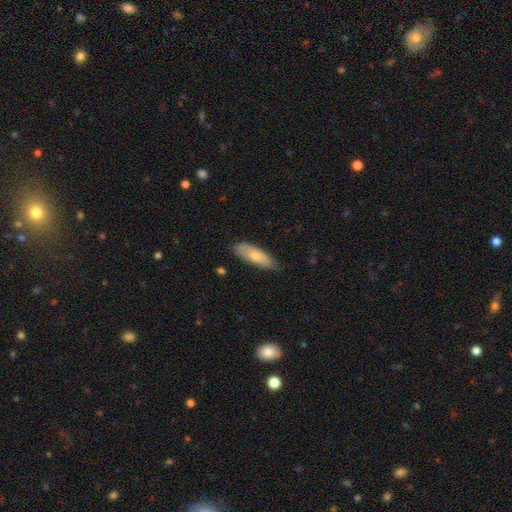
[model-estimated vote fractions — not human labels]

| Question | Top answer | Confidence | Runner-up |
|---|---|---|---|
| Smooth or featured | smooth | 74% | featured or disk (20%) |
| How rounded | in between | 62% | cigar-shaped (36%) |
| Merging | none | 76% | minor disturbance (20%) |